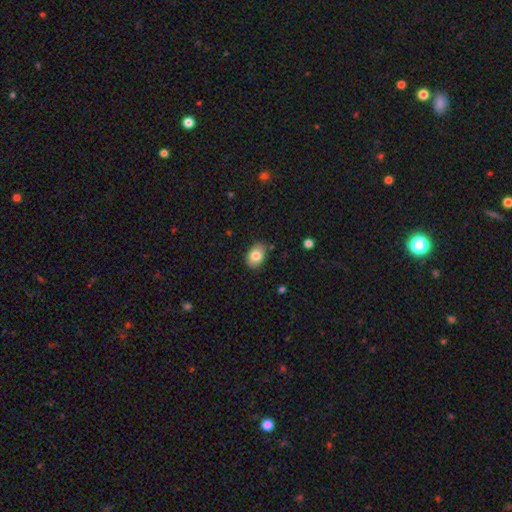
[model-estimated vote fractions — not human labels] Morphology: type=smooth (82%); roundness=in between (79%); merging=none (82%).